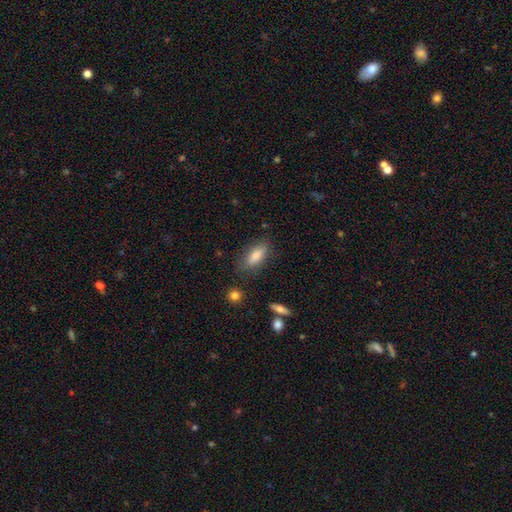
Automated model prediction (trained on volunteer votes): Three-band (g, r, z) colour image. It shows a smooth galaxy with no disk features (83%) that is in between round and cigar-shaped (72%). Merging: none (77%).